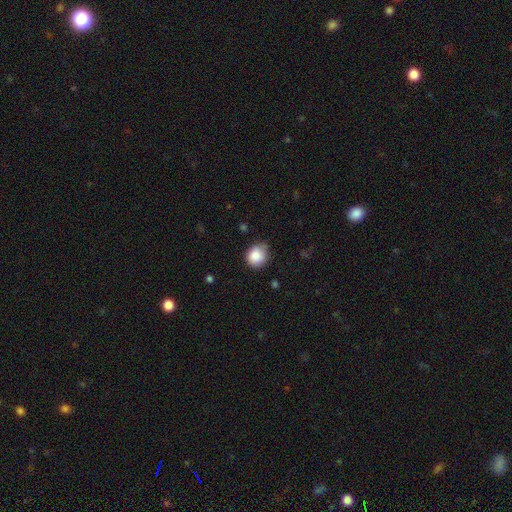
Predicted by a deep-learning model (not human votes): A smooth galaxy with no disk features (86%) that is round (79%). Merging: none (67%).